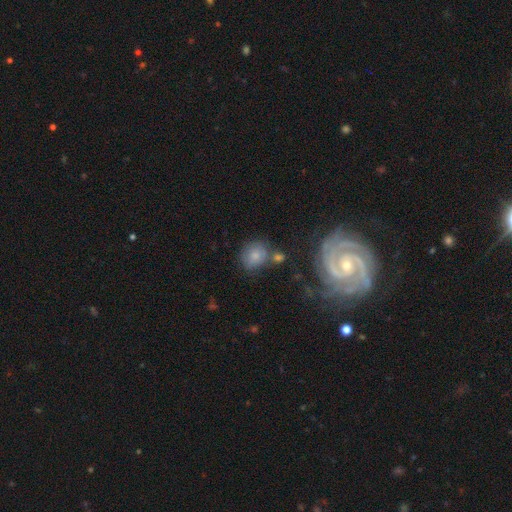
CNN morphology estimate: smooth_or_featured: smooth (p=0.72) [alt: featured or disk p=0.18]
how_rounded: round (p=0.67) [alt: in between p=0.32]
merging: none (p=0.55) [alt: minor disturbance p=0.20]